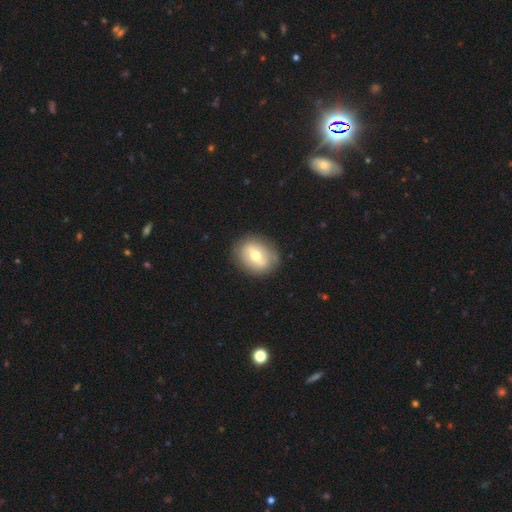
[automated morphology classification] smooth 53%, featured or disk 40%, star or artifact 7%. Down the decision tree: how rounded — round (53%); merging — none (84%).